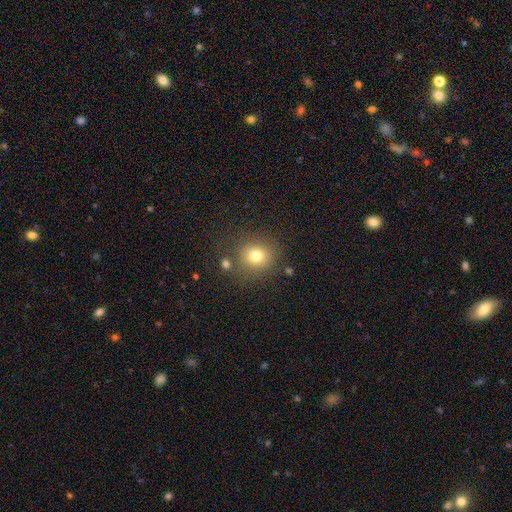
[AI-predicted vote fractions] This appears to be a smooth galaxy with no disk features (76%) that is round (86%). Merging: none (80%).